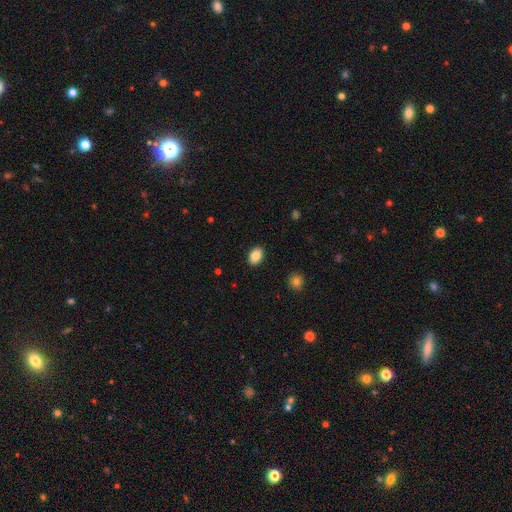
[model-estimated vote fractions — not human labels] This appears to be a smooth galaxy with no disk features (85%) that is in between round and cigar-shaped (80%). Merging: none (89%).